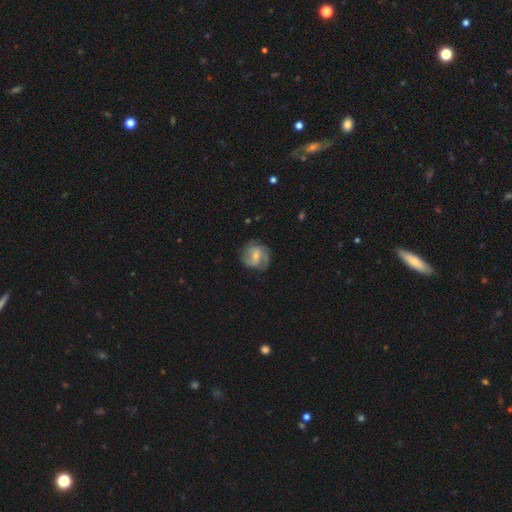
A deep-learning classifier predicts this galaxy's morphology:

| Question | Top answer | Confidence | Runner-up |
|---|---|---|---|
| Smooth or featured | featured or disk | 73% | smooth (21%) |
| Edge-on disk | no | 98% | yes (2%) |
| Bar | weak | 47% | no (38%) |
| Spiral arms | yes | 93% | no (7%) |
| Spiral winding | medium | 43% | tight (41%) |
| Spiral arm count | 2 | 40% | 3 (26%) |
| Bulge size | small | 54% | moderate (39%) |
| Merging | none | 70% | minor disturbance (20%) |